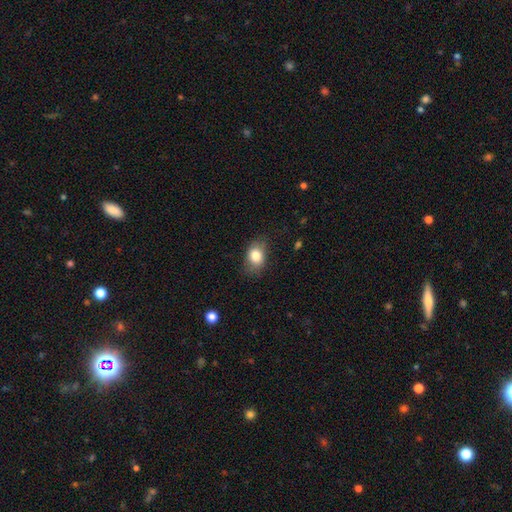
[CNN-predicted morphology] Smooth or featured? Predicted: smooth (p=0.82). How rounded? Predicted: in between (p=0.72). Merging? Predicted: none (p=0.70).